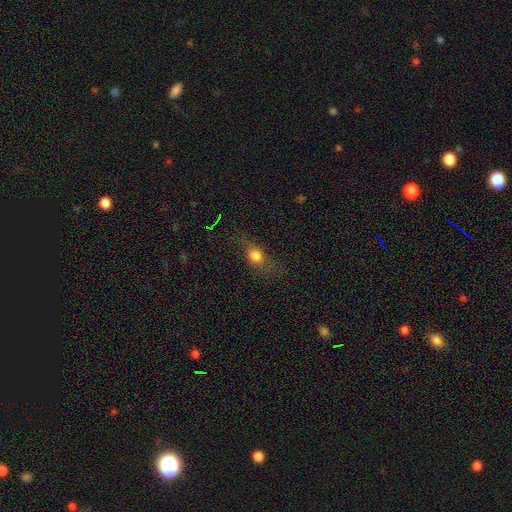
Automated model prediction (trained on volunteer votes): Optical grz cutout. It shows a smooth galaxy with no disk features (66%) that is in between round and cigar-shaped (51%). Merging: none (63%).